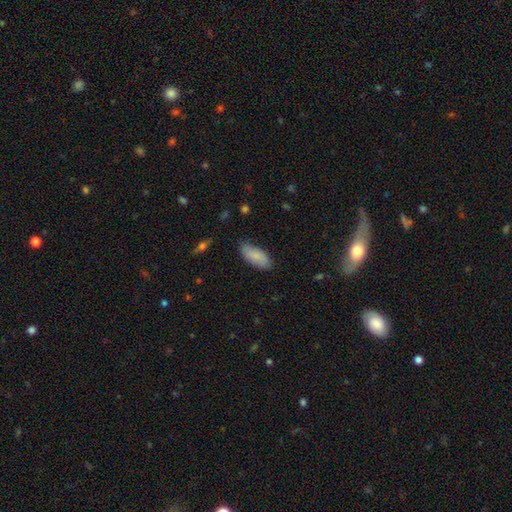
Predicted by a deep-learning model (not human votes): A smooth galaxy with no disk features (84%) that is in between round and cigar-shaped (87%).

Vote fractions:
- Smooth or featured? smooth: 84% / featured or disk: 10% / star or artifact: 6%
- How rounded? in between: 87% / cigar-shaped: 11% / round: 2%
- Merging? none: 80% / minor disturbance: 16% / major disturbance: 3% / merger: 1%